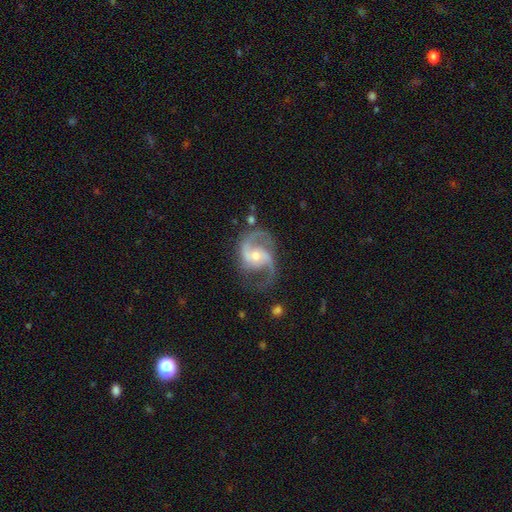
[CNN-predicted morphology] smooth_or_featured: featured or disk (p=0.91) [alt: star or artifact p=0.05]
disk_edge_on: no (p=0.98) [alt: yes p=0.02]
bar: no (p=0.49) [alt: weak p=0.39]
has_spiral_arms: yes (p=0.98) [alt: no p=0.02]
spiral_winding: medium (p=0.57) [alt: loose p=0.32]
spiral_arm_count: 2 (p=0.89) [alt: 3 p=0.04]
bulge_size: moderate (p=0.50) [alt: small p=0.44]
merging: none (p=0.68) [alt: minor disturbance p=0.18]